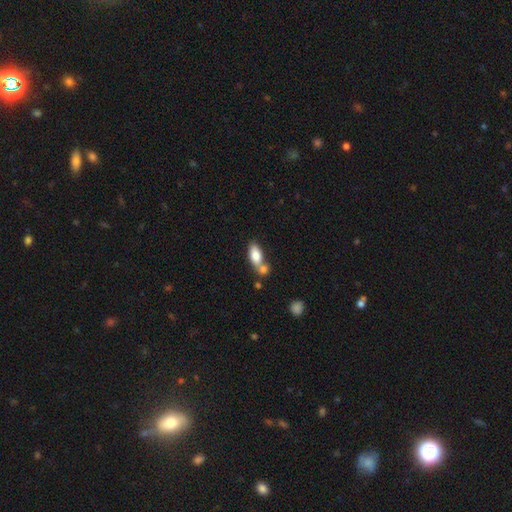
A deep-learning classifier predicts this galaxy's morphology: Smooth or featured: smooth — 78% (featured or disk — 15%)
How rounded: in between — 84% (cigar-shaped — 11%)
Merging: merger — 48% (none — 37%)